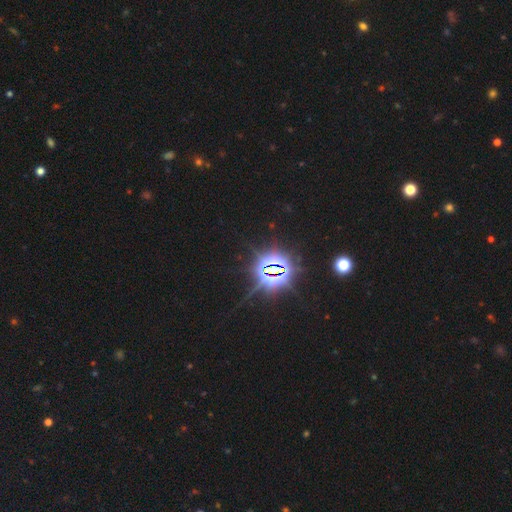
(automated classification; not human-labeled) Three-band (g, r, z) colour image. It shows a star or artifact, not a galaxy (84%).